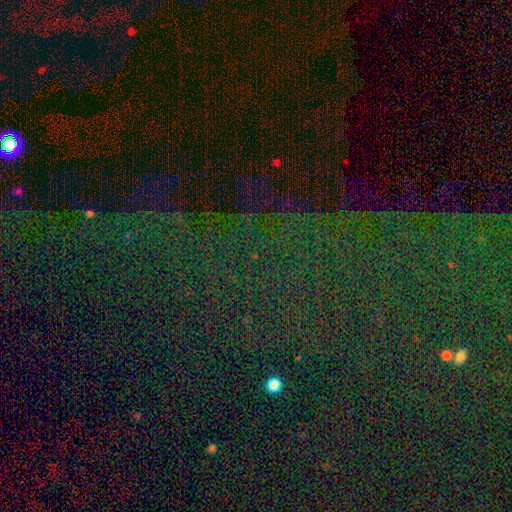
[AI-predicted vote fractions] Smooth or featured?
  - star or artifact: 78% *
  - smooth: 12%
  - featured or disk: 10%